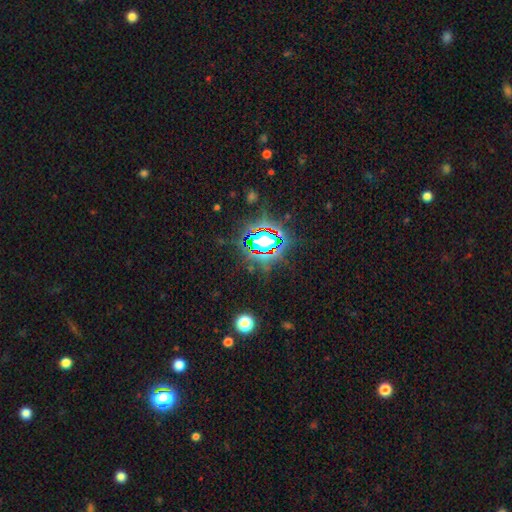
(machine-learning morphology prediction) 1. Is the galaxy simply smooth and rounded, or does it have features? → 82% star or artifact, 11% smooth, 7% featured or disk.